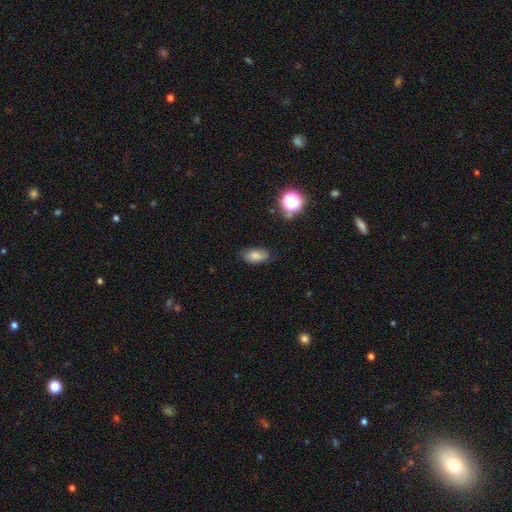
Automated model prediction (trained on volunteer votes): A smooth galaxy with no disk features (78%) that is in between round and cigar-shaped (91%). Merging: none (75%).